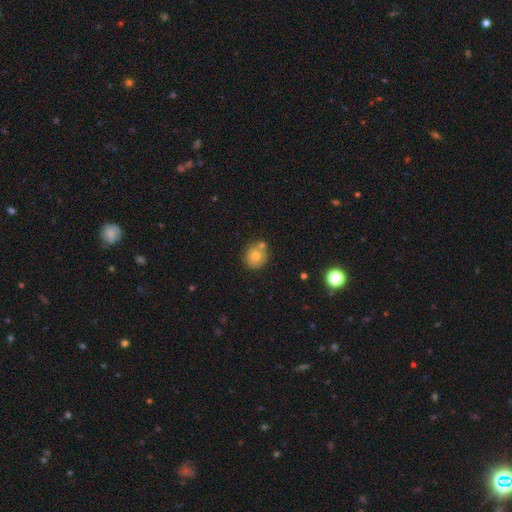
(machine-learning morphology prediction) type=smooth (71%); roundness=round (82%); merging=none (69%).